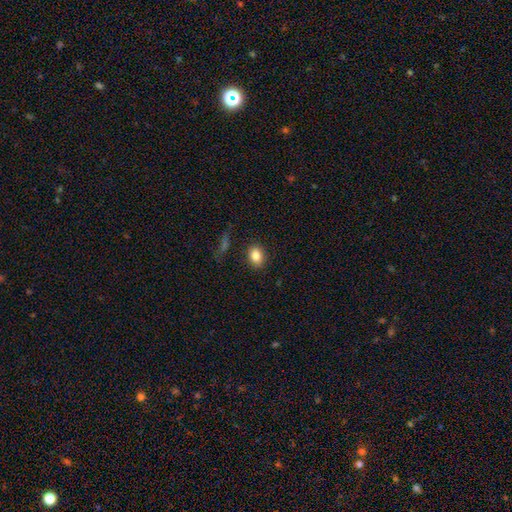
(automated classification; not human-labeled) A smooth galaxy with no disk features (85%) that is in between round and cigar-shaped (61%). Merging: none (87%).